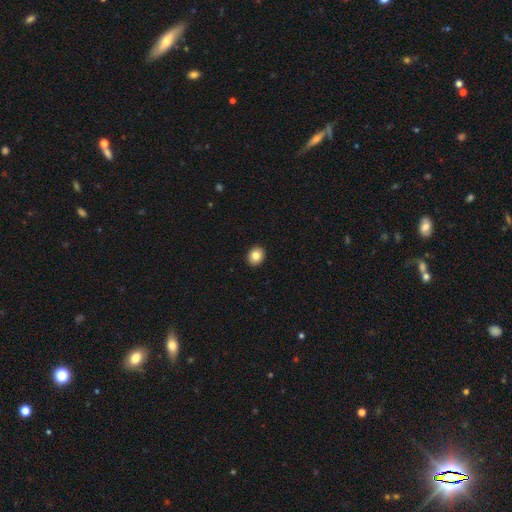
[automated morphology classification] Smooth or featured: smooth — 83% (star or artifact — 9%)
How rounded: round — 66% (in between — 33%)
Merging: none — 92% (minor disturbance — 5%)